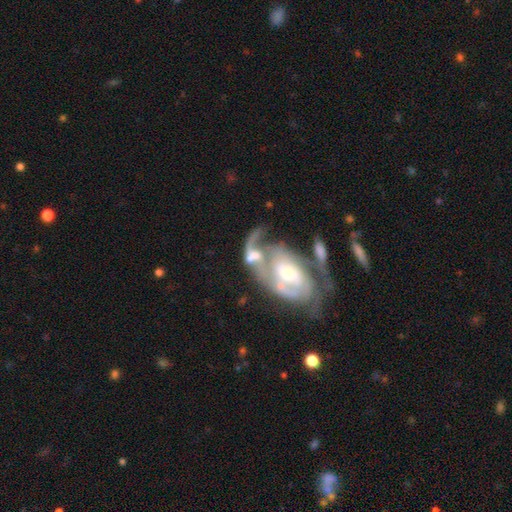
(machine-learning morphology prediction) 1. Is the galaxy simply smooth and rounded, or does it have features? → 74% featured or disk, 19% smooth, 7% star or artifact.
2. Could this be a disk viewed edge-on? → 94% no, 6% yes.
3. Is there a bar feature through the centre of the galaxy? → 55% no, 33% weak, 12% strong.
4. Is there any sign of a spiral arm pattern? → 74% yes, 26% no.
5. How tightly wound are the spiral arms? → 34% loose, 33% medium, 32% tight.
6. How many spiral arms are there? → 40% 2, 27% can't tell, 24% 1, 5% 3, 2% 4, 2% more than 4.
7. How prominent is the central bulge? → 57% moderate, 29% small, 9% large, 4% none, 2% dominant.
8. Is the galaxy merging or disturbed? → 51% merger, 20% major disturbance, 18% none, 11% minor disturbance.